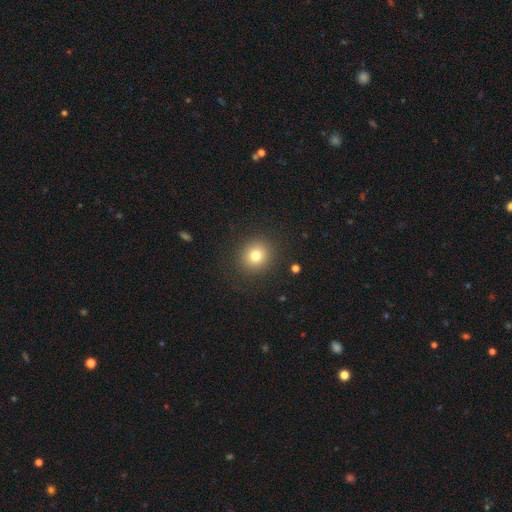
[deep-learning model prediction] smooth-or-featured: smooth: 77% | star or artifact: 13% | featured or disk: 10%
  how-rounded: round: 89% | in between: 10% | cigar-shaped: 1%
  merging: none: 89% | minor disturbance: 6% | major disturbance: 3% | merger: 1%